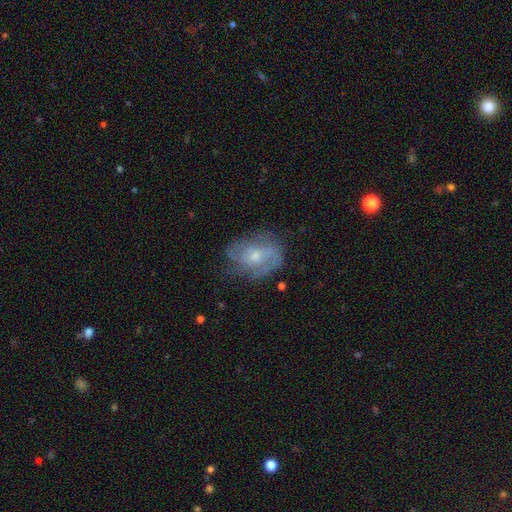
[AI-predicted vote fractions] smooth_or_featured: featured or disk (p=0.67) [alt: smooth p=0.24]
disk_edge_on: no (p=0.96) [alt: yes p=0.04]
bar: no (p=0.66) [alt: weak p=0.29]
has_spiral_arms: yes (p=0.81) [alt: no p=0.19]
spiral_winding: medium (p=0.42) [alt: tight p=0.35]
spiral_arm_count: 2 (p=0.42) [alt: can't tell p=0.32]
bulge_size: moderate (p=0.48) [alt: small p=0.46]
merging: none (p=0.61) [alt: minor disturbance p=0.25]